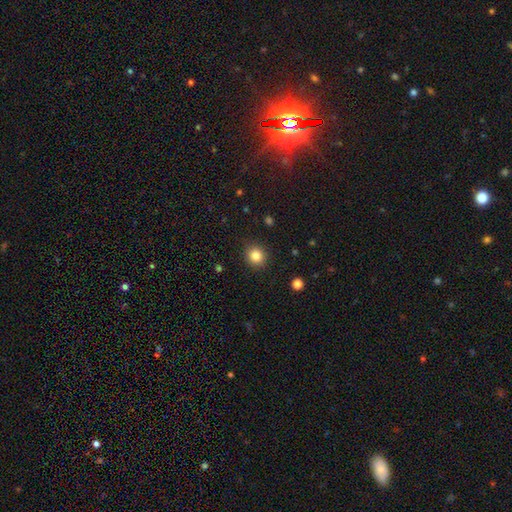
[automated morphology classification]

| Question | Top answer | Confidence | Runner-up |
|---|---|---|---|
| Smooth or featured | smooth | 84% | star or artifact (11%) |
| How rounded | round | 87% | in between (12%) |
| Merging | none | 90% | minor disturbance (7%) |